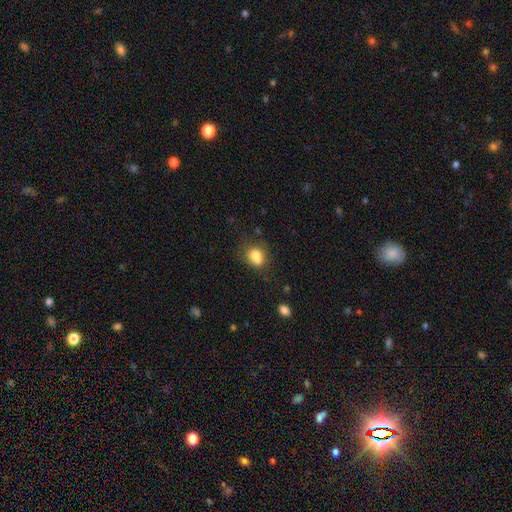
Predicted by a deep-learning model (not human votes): A smooth galaxy with no disk features (81%) that is in between round and cigar-shaped (61%). Merging: none (58%).